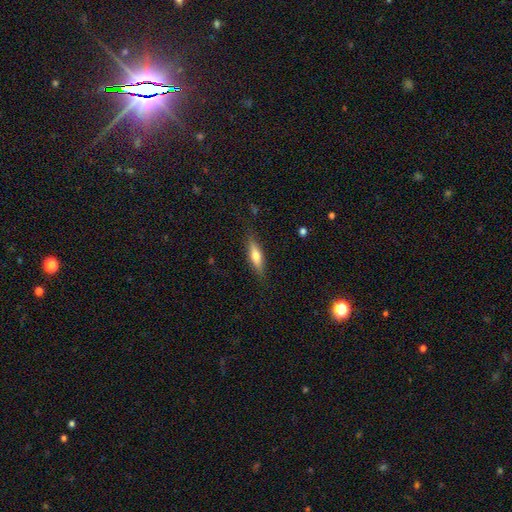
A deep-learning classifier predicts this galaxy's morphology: type=smooth (56%); roundness=cigar-shaped (65%); merging=none (84%).